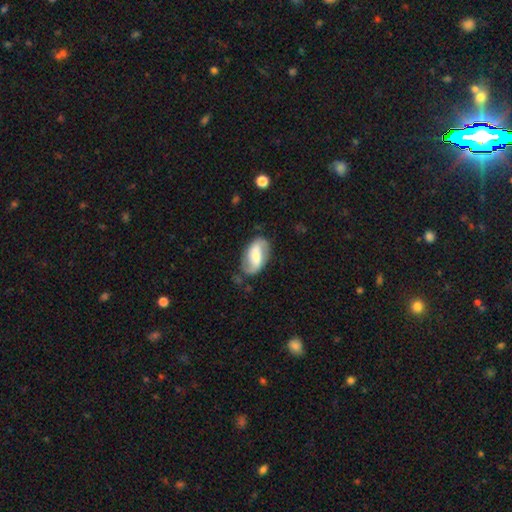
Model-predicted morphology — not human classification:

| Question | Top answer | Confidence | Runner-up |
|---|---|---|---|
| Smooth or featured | featured or disk | 67% | smooth (27%) |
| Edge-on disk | no | 96% | yes (4%) |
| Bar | weak | 40% | strong (37%) |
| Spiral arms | yes | 87% | no (13%) |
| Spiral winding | loose | 44% | medium (37%) |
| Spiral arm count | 2 | 88% | can't tell (6%) |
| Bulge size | moderate | 46% | small (30%) |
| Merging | none | 74% | minor disturbance (18%) |